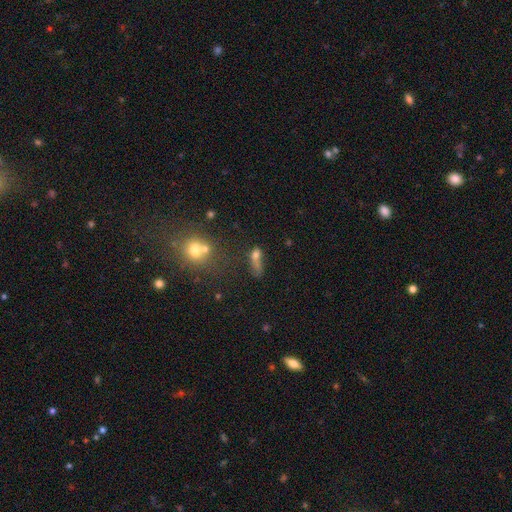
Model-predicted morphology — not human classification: This is likely a smooth galaxy (66%). How rounded: possibly in between (56%). Merging: marginally none (28%).